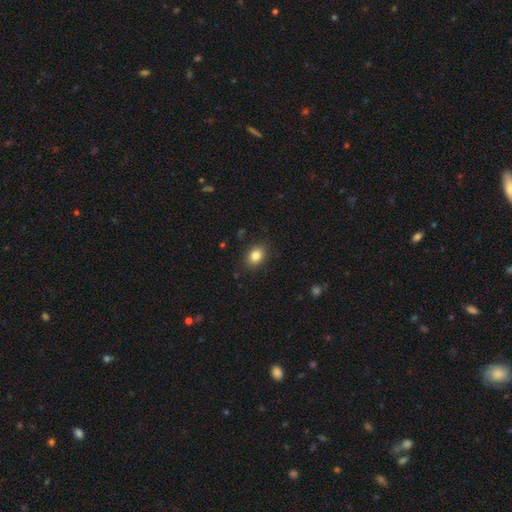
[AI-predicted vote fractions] This is clearly a smooth galaxy (84%). How rounded: likely in between (69%). Merging: clearly none (87%).